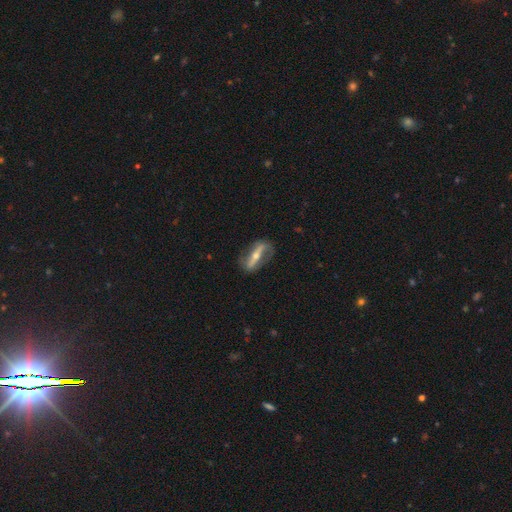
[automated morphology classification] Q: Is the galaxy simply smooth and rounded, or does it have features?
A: featured or disk — 78%.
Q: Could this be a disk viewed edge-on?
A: no — 68%.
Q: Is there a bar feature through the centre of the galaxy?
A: strong — 76%.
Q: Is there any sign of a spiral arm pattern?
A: yes — 67%.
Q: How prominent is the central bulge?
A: small — 49%.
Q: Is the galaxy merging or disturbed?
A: none — 77%.